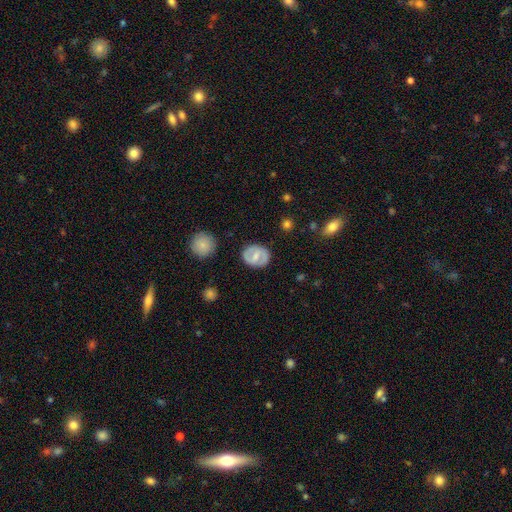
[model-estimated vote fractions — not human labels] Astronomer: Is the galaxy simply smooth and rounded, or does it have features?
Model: featured or disk — 55% (runner-up: smooth, 38%).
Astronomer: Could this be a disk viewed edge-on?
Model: no — 96%.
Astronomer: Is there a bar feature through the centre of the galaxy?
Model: weak — 47% (runner-up: strong, 34%).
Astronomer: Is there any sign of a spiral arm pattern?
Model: yes — 61% (runner-up: no, 39%).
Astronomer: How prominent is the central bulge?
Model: moderate — 44% (runner-up: small, 38%).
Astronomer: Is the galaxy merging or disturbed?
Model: none — 84%.